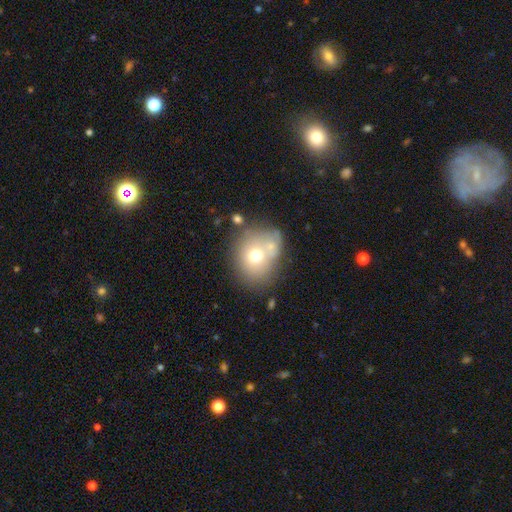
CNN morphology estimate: This appears to be a smooth galaxy with no disk features (65%) that is round (62%). Merging: none (48%).